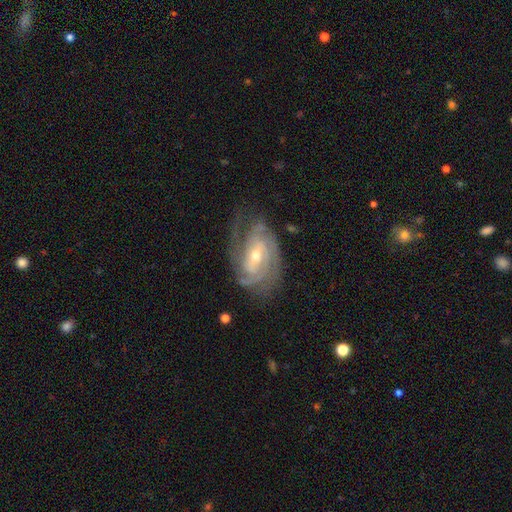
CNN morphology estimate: Smooth or featured?
  - featured or disk: 91% *
  - star or artifact: 5%
  - smooth: 5%
Edge-on disk?
  - no: 97% *
  - yes: 3%
Bar?
  - no: 41% *
  - weak: 40%
  - strong: 19%
Spiral arms?
  - yes: 98% *
  - no: 2%
Spiral winding?
  - tight: 63% *
  - medium: 31%
  - loose: 6%
Spiral arm count?
  - 3: 32% *
  - 2: 30%
  - can't tell: 17%
  - 4: 11%
  - 1: 5%
  - more than 4: 5%
Bulge size?
  - small: 50% *
  - moderate: 47%
  - large: 1%
  - none: 1%
  - dominant: 1%
Merging?
  - none: 71% *
  - minor disturbance: 19%
  - major disturbance: 8%
  - merger: 1%